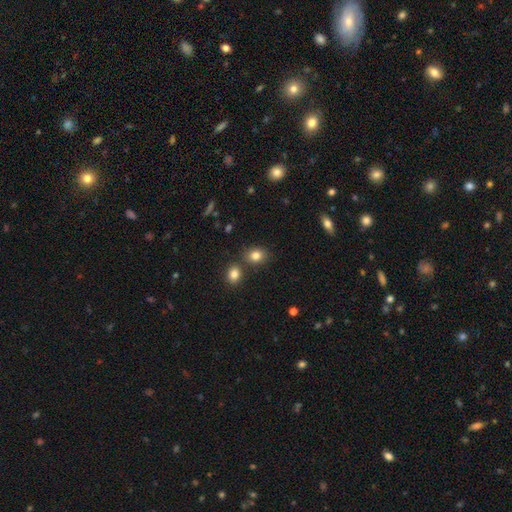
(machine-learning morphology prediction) smooth 82%, star or artifact 11%, featured or disk 7%. Down the decision tree: how rounded — round (51%); merging — none (76%).